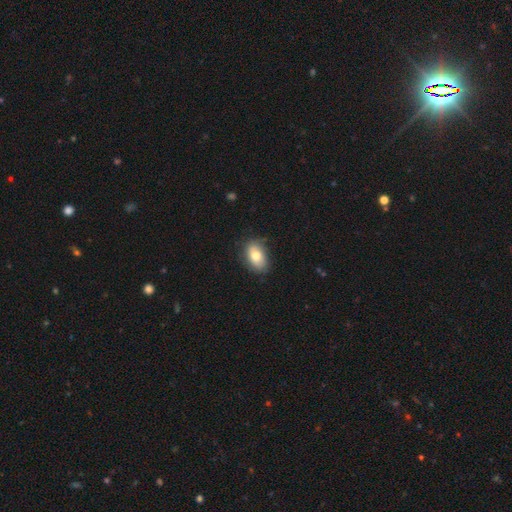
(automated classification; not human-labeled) Smooth or featured? smooth (78%)
How rounded? in between (89%)
Merging? none (78%)